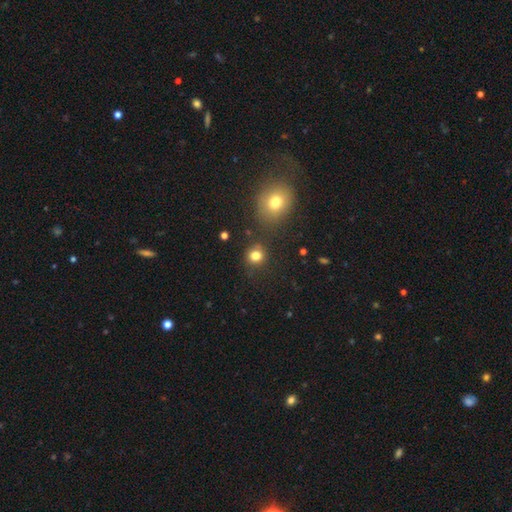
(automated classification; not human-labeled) Q: Smooth or featured?
A: smooth (80%); runner-up: star or artifact (14%)
Q: How rounded?
A: round (86%); runner-up: in between (13%)
Q: Merging?
A: none (82%); runner-up: minor disturbance (9%)